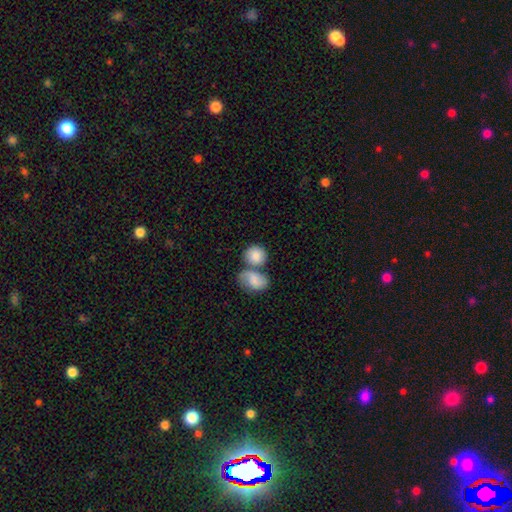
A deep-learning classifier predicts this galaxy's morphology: Smooth or featured?
  - smooth: 81% *
  - featured or disk: 12%
  - star or artifact: 6%
How rounded?
  - round: 67% *
  - in between: 31%
  - cigar-shaped: 1%
Merging?
  - merger: 48% *
  - none: 37%
  - minor disturbance: 10%
  - major disturbance: 5%